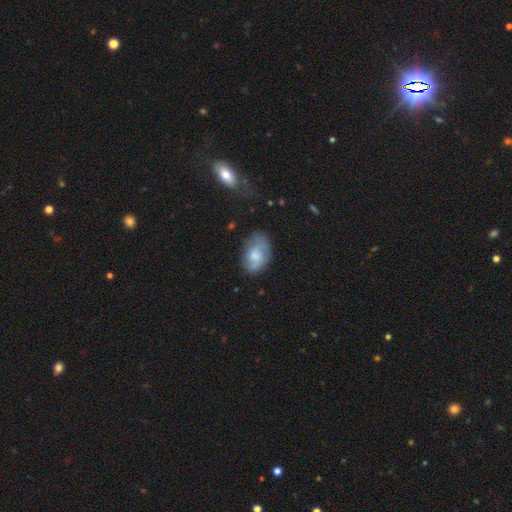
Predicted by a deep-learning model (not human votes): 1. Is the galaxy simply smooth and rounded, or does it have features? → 49% smooth, 43% featured or disk, 8% star or artifact.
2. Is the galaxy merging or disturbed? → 56% none, 28% minor disturbance, 13% major disturbance, 3% merger.